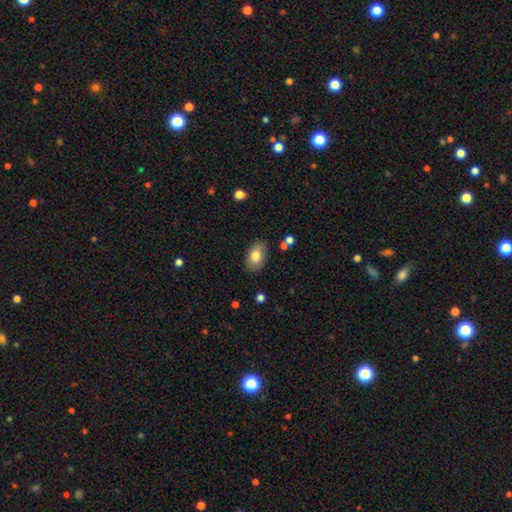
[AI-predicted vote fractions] Smooth or featured? smooth (79%)
How rounded? in between (89%)
Merging? none (82%)